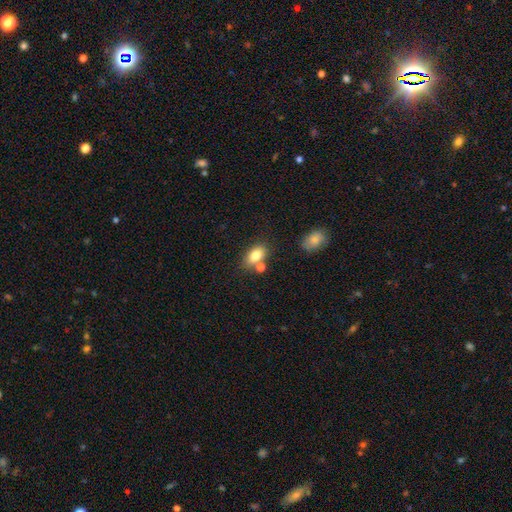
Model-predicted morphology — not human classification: Smooth or featured? Predicted: smooth (p=0.81). How rounded? Predicted: in between (p=0.85). Merging? Predicted: none (p=0.63).